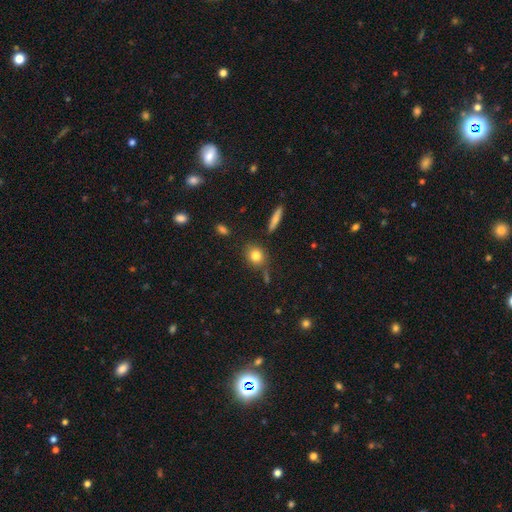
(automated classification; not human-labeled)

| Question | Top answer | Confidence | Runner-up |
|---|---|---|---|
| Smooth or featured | smooth | 81% | star or artifact (10%) |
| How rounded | round | 74% | in between (23%) |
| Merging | none | 78% | minor disturbance (12%) |